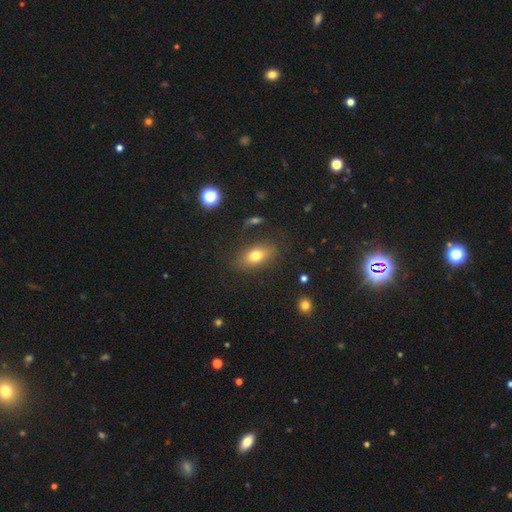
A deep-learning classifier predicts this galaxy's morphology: Q: Smooth or featured?
A: smooth (73%); runner-up: featured or disk (16%)
Q: How rounded?
A: in between (82%); runner-up: round (12%)
Q: Merging?
A: none (78%); runner-up: minor disturbance (14%)